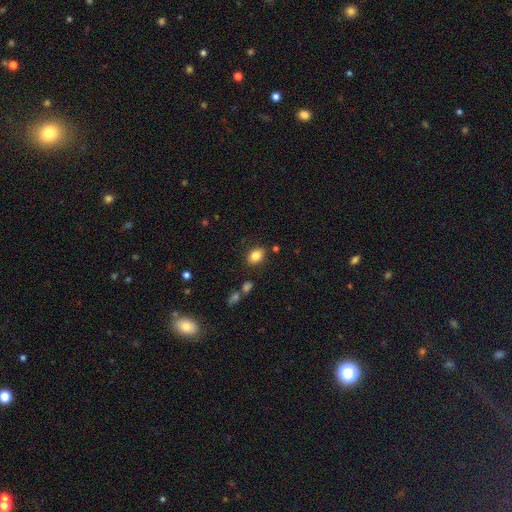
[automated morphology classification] This is clearly a smooth galaxy (84%). How rounded: likely in between (75%). Merging: clearly none (83%).